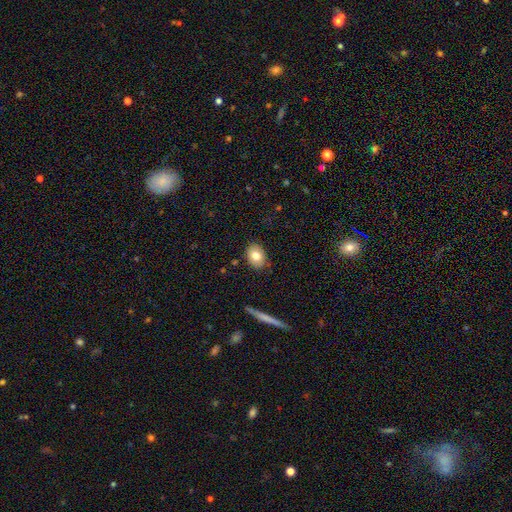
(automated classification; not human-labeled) Smooth or featured? smooth (77%)
How rounded? in between (69%)
Merging? none (85%)